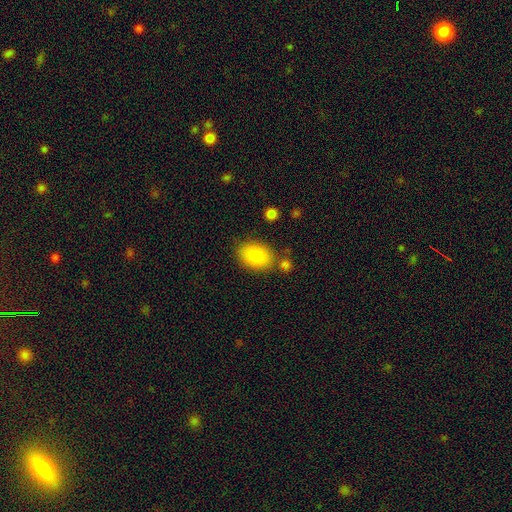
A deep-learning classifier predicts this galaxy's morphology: Overall: smooth (81%). How rounded: in between (75%). Merging: none (80%).